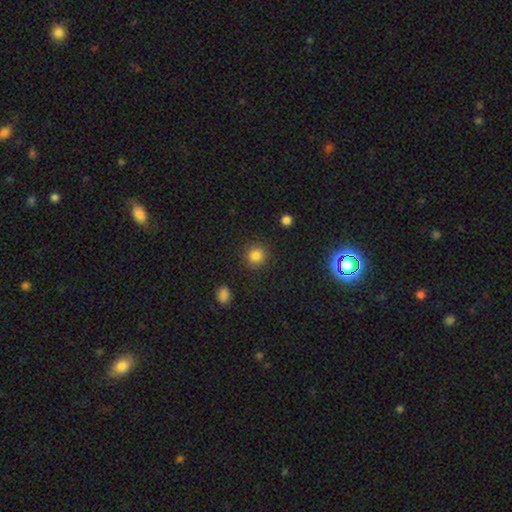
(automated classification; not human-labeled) Smooth or featured: smooth — 84% (star or artifact — 12%)
How rounded: round — 92% (in between — 7%)
Merging: none — 89% (minor disturbance — 7%)